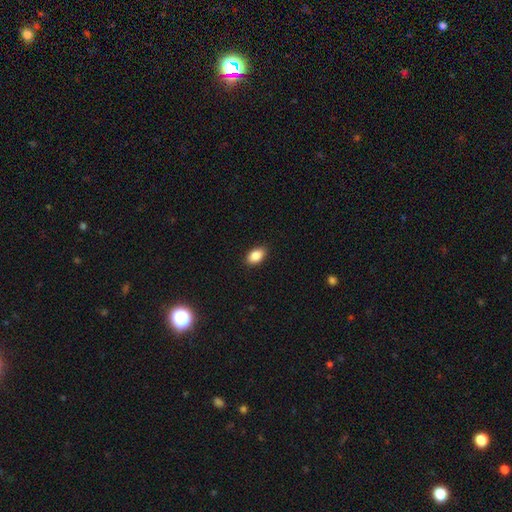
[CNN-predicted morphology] smooth_or_featured: smooth (p=0.87) [alt: star or artifact p=0.08]
how_rounded: in between (p=0.89) [alt: round p=0.09]
merging: none (p=0.89) [alt: minor disturbance p=0.08]